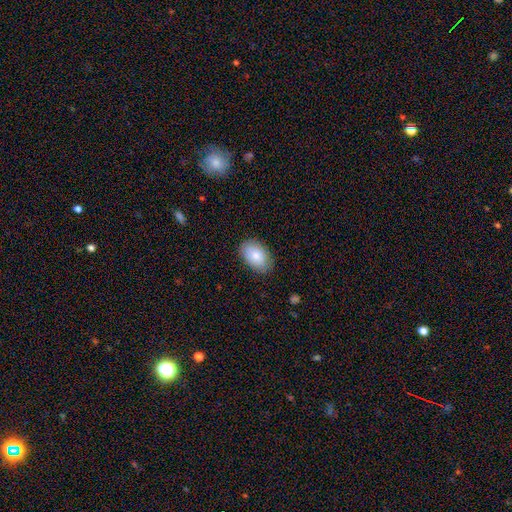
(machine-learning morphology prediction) Q: Smooth or featured?
A: smooth (85%); runner-up: featured or disk (9%)
Q: How rounded?
A: in between (91%); runner-up: round (7%)
Q: Merging?
A: none (85%); runner-up: minor disturbance (11%)